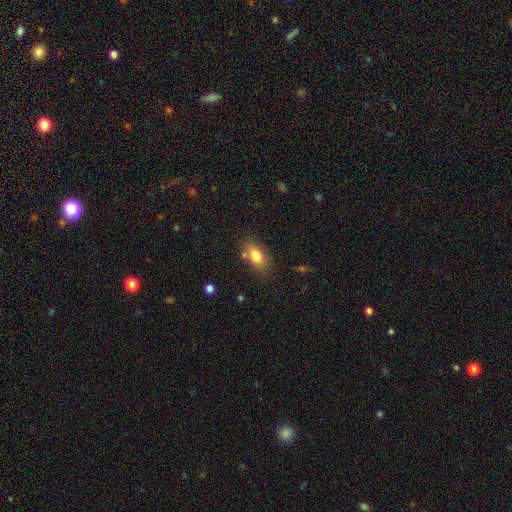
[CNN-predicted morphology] Smooth or featured? Predicted: smooth (p=0.81). How rounded? Predicted: in between (p=0.87). Merging? Predicted: none (p=0.75).